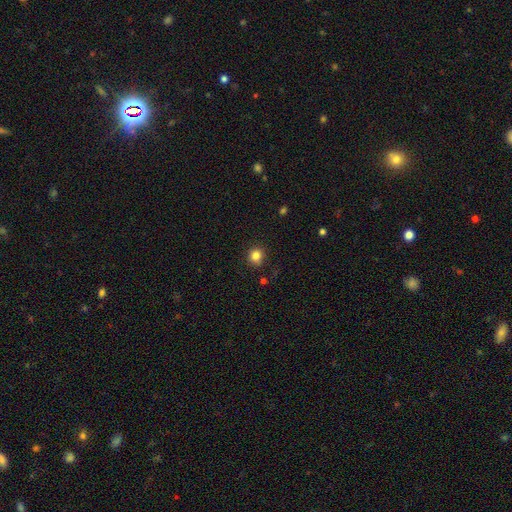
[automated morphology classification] A smooth galaxy with no disk features (83%) that is round (88%). Merging: none (87%).